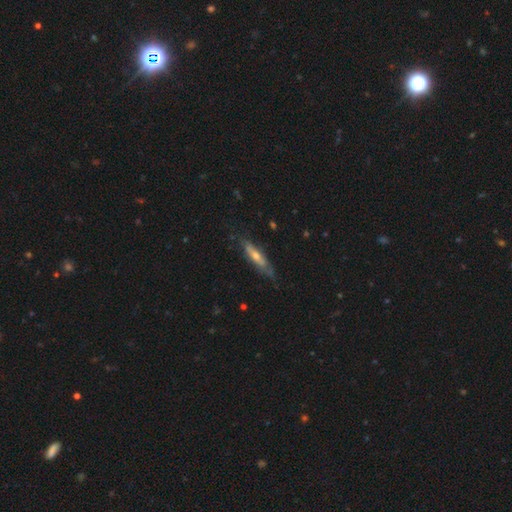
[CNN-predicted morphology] Smooth or featured: featured or disk — 57% (smooth — 37%)
Edge-on disk: yes — 72% (no — 28%)
Merging: none — 69% (minor disturbance — 23%)